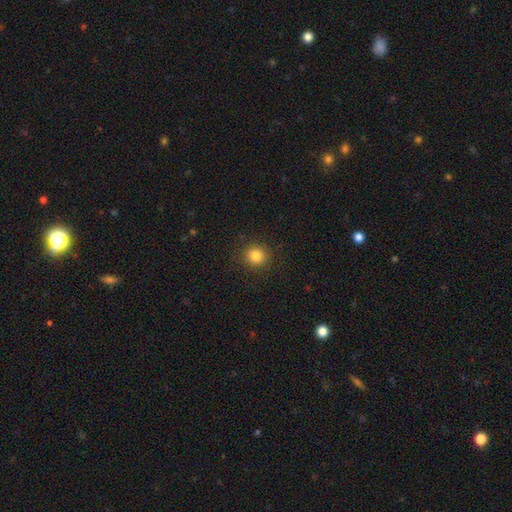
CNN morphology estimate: type=smooth (83%); roundness=round (91%); merging=none (90%).